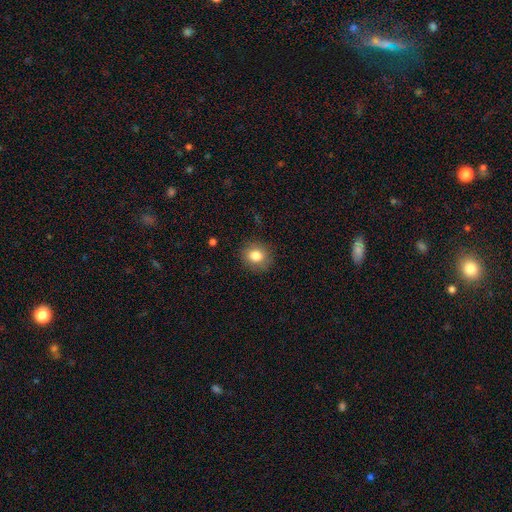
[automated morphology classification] Overall: smooth (82%). How rounded: round (77%). Merging: none (87%).